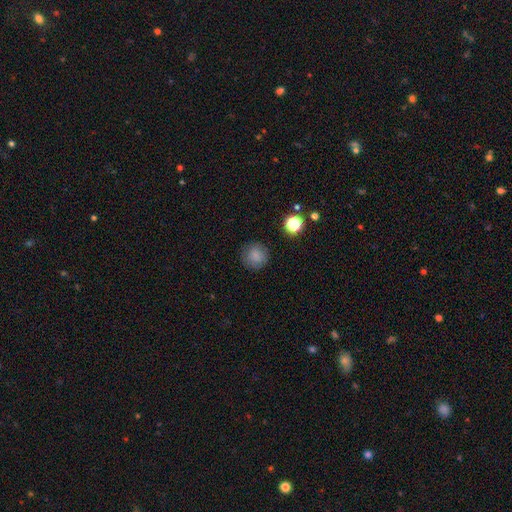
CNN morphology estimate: Smooth or featured: smooth — 83% (star or artifact — 11%)
How rounded: round — 92% (in between — 7%)
Merging: none — 86% (minor disturbance — 10%)